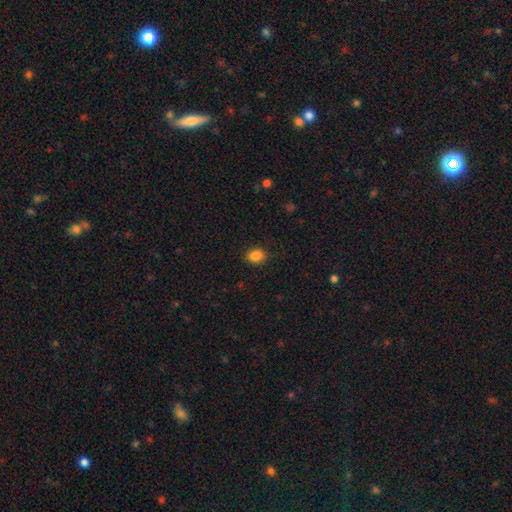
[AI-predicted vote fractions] A smooth galaxy with no disk features (86%) that is round (65%). Merging: none (88%).